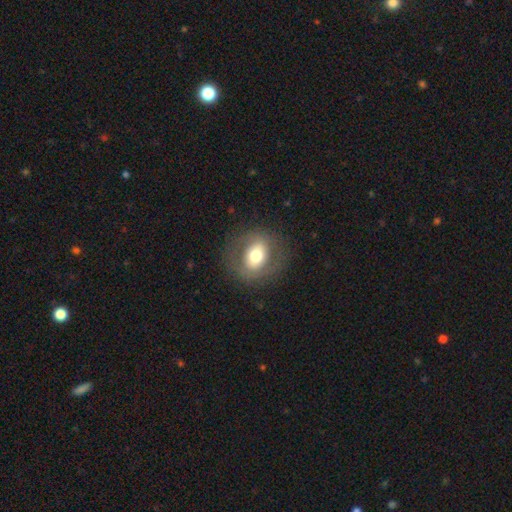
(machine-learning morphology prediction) Smooth or featured? Predicted: smooth (p=0.55). How rounded? Predicted: round (p=0.61). Merging? Predicted: none (p=0.80).